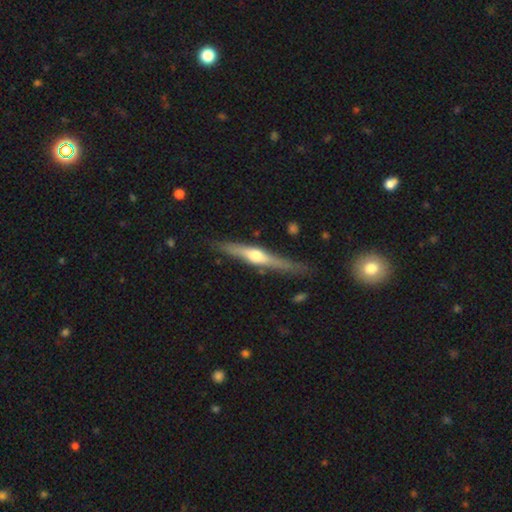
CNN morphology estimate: A featured or disk galaxy (69%) viewed edge-on (96%) with a rounded central bulge (92%).

Vote fractions:
- Smooth or featured? featured or disk: 69% / smooth: 26% / star or artifact: 5%
- Edge-on disk? yes: 96% / no: 4%
- Edge-on bulge? rounded: 92% / none: 4% / boxy: 4%
- Merging? none: 81% / minor disturbance: 14% / major disturbance: 3% / merger: 2%